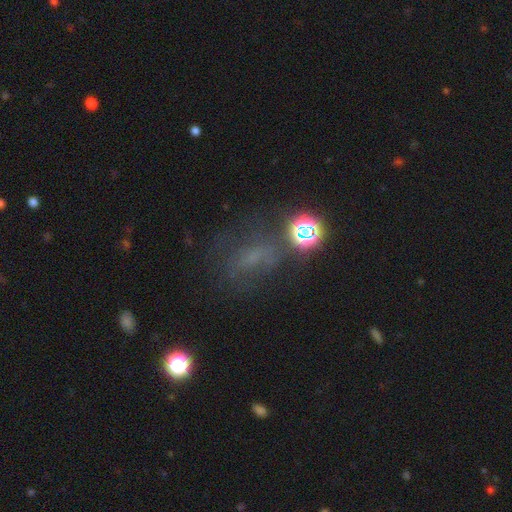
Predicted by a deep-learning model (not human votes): Morphology: type=star or artifact (39%).